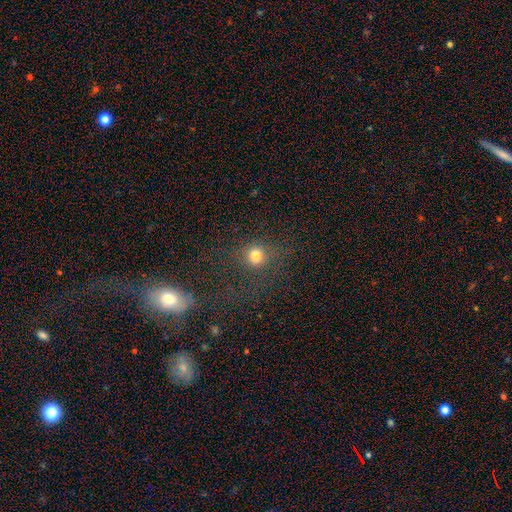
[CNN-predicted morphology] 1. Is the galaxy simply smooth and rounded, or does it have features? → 71% smooth, 21% star or artifact, 8% featured or disk.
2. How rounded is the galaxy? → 87% round, 11% in between, 2% cigar-shaped.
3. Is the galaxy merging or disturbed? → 71% none, 12% minor disturbance, 11% major disturbance, 5% merger.